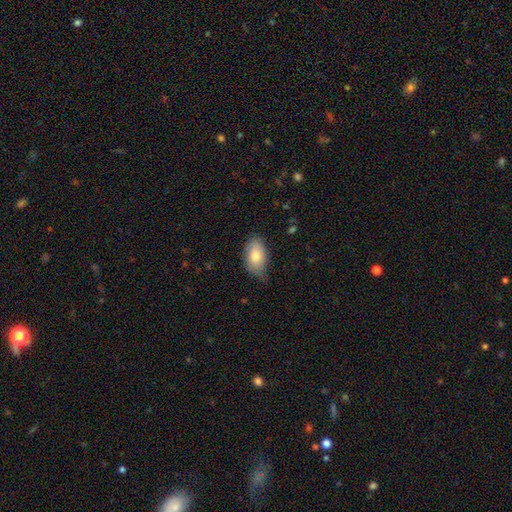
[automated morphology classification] smooth 78%, featured or disk 16%, star or artifact 7%. Down the decision tree: how rounded — in between (93%); merging — none (58%).